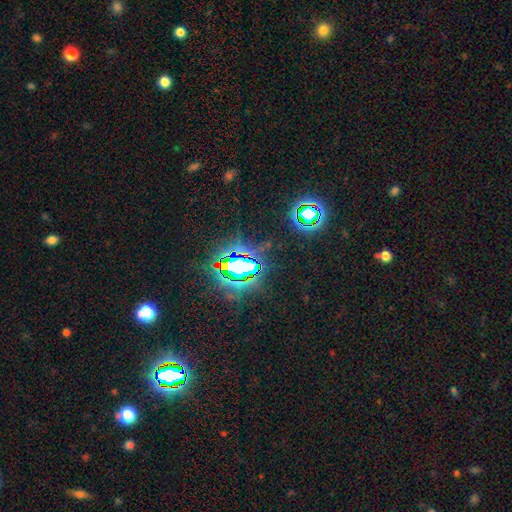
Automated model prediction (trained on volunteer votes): Smooth or featured? star or artifact (83%)